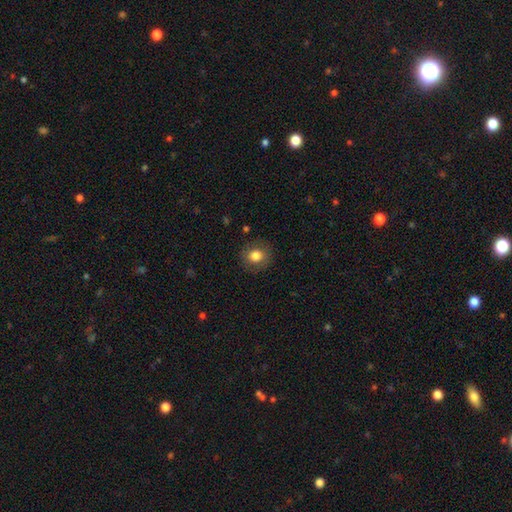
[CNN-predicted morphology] Overall: smooth (80%). How rounded: round (85%). Merging: none (86%).